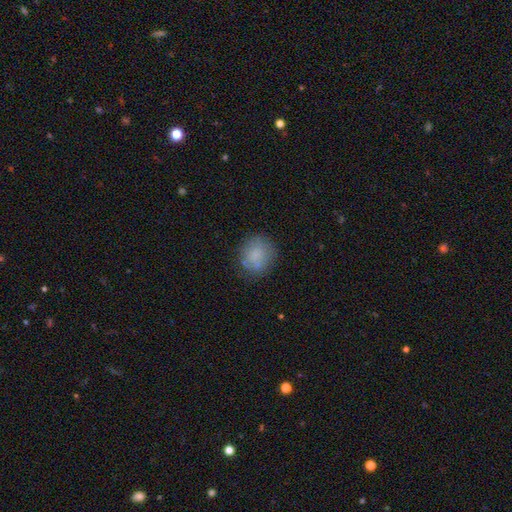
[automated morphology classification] Q: Smooth or featured?
A: smooth (77%); runner-up: featured or disk (14%)
Q: How rounded?
A: round (83%); runner-up: in between (16%)
Q: Merging?
A: none (74%); runner-up: minor disturbance (18%)